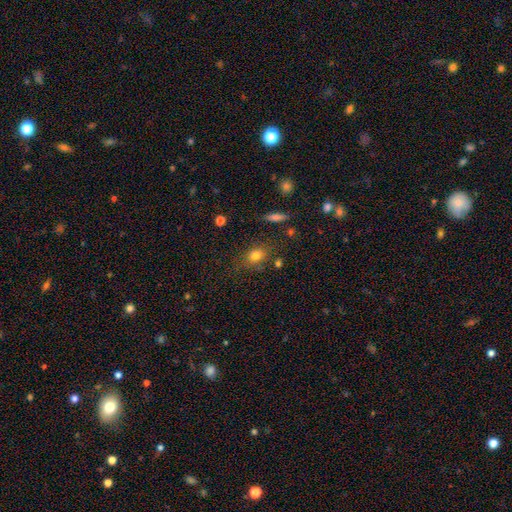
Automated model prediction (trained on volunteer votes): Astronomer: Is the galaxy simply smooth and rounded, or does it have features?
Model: smooth — 77%.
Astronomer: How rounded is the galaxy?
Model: in between — 58% (runner-up: round, 39%).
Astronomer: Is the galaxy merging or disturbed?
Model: none — 73%.